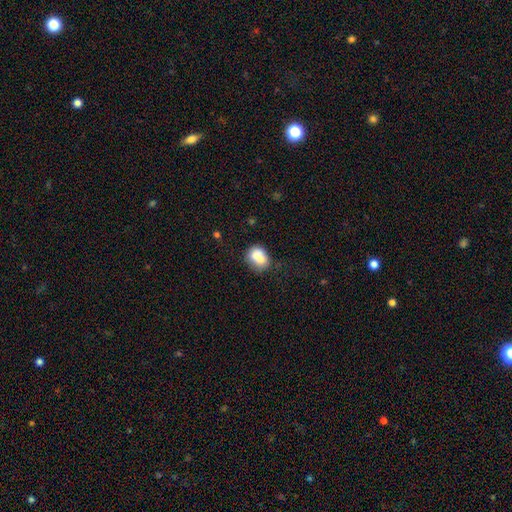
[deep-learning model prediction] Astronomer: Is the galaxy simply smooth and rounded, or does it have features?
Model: smooth — 72%.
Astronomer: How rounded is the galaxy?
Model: round — 52% (runner-up: in between, 46%).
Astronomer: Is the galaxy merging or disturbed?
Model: merger — 41% (runner-up: none, 36%).